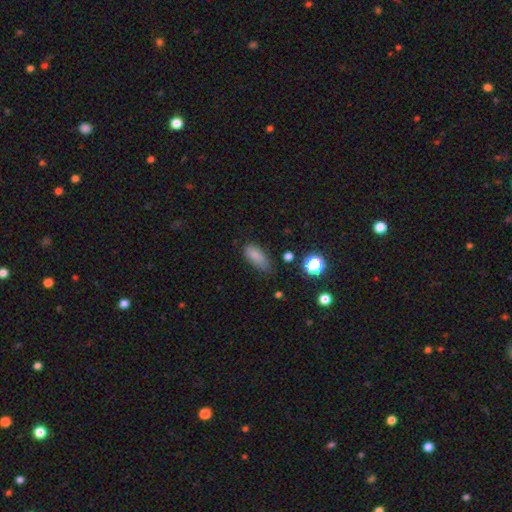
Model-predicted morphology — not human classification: Overall: smooth (83%). How rounded: in between (80%). Merging: none (63%; minor disturbance 29%).